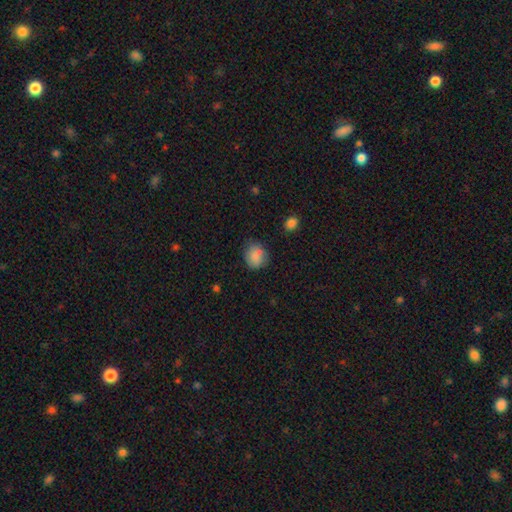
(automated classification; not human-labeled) A smooth galaxy with no disk features (81%) that is round (68%). Merging: none (66%).